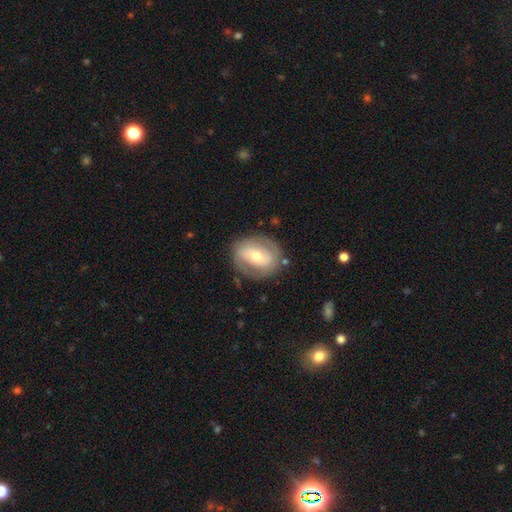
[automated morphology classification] Smooth or featured? Predicted: featured or disk (p=0.57). Edge-on disk? Predicted: no (p=0.94). Bar? Predicted: no (p=0.47). Spiral arms? Predicted: no (p=0.50, tied with yes). Bulge size? Predicted: moderate (p=0.60). Merging? Predicted: none (p=0.77).